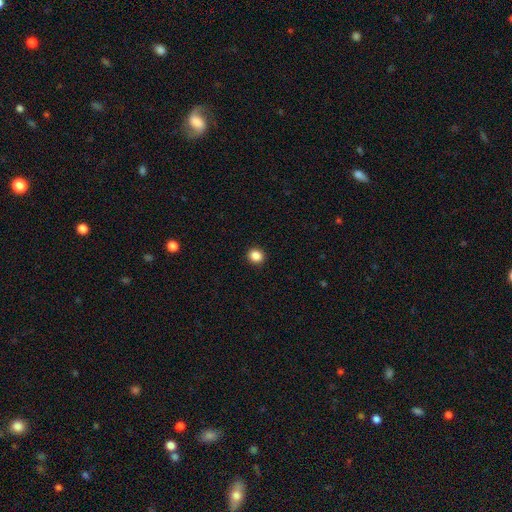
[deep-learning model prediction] Overall: smooth (87%). How rounded: round (79%). Merging: none (92%).